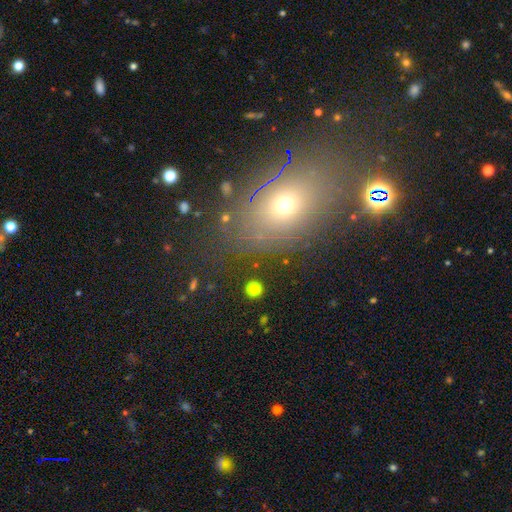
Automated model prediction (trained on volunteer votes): This is possibly a smooth galaxy (58%). How rounded: likely in between (71%). Merging: likely none (77%).